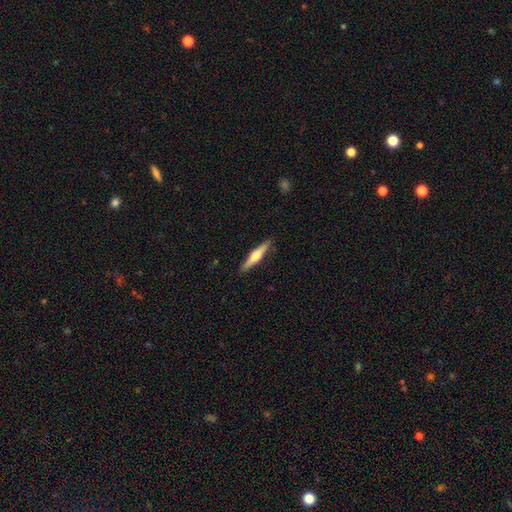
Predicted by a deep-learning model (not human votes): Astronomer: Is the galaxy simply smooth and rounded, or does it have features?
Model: featured or disk — 62%.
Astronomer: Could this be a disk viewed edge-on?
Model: yes — 97%.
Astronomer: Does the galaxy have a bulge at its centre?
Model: rounded — 93%.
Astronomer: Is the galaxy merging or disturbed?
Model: none — 90%.